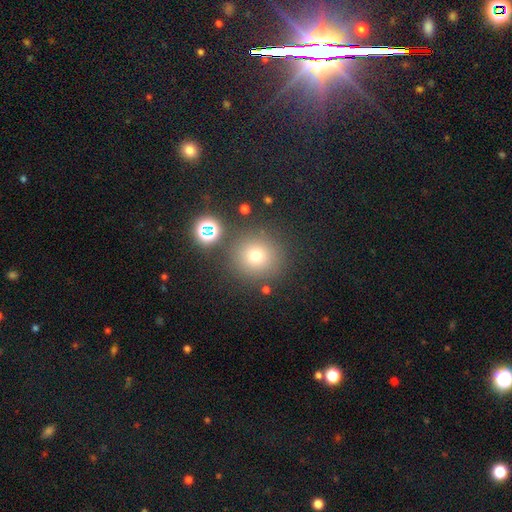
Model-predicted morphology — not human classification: A smooth galaxy with no disk features (70%) that is round (94%). Merging: none (84%).